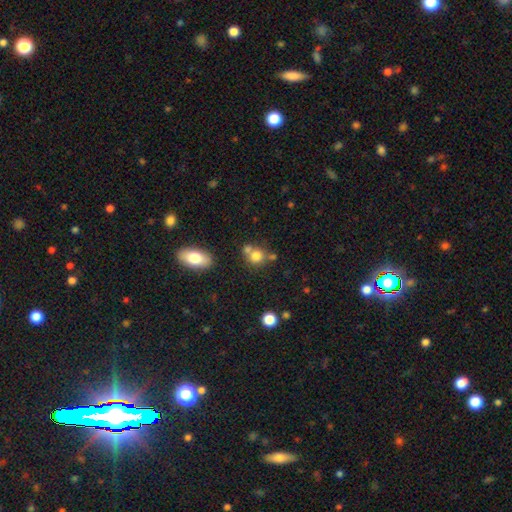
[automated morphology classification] smooth-or-featured: smooth: 78% | star or artifact: 12% | featured or disk: 11%
  how-rounded: round: 78% | in between: 21% | cigar-shaped: 1%
  merging: none: 50% | merger: 34% | minor disturbance: 11% | major disturbance: 4%